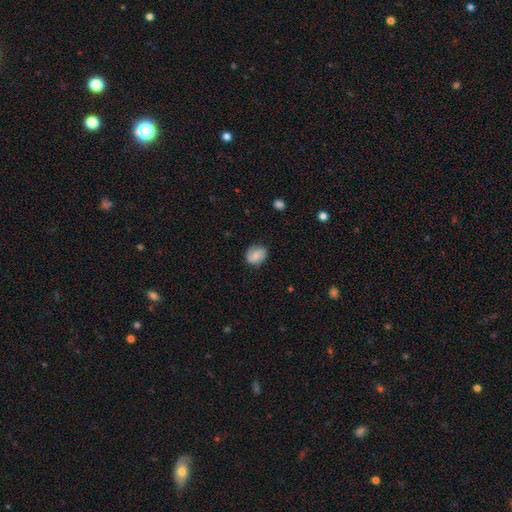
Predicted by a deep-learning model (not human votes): Smooth or featured? Predicted: smooth (p=0.53). How rounded? Predicted: in between (p=0.51). Merging? Predicted: none (p=0.73).